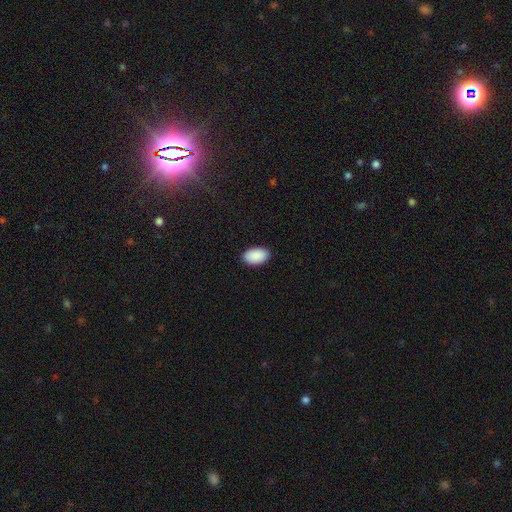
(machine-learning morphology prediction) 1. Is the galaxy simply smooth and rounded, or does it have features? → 91% smooth, 6% star or artifact, 3% featured or disk.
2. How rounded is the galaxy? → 94% in between, 5% round, 1% cigar-shaped.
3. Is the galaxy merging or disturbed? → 90% none, 8% minor disturbance, 2% major disturbance, 1% merger.